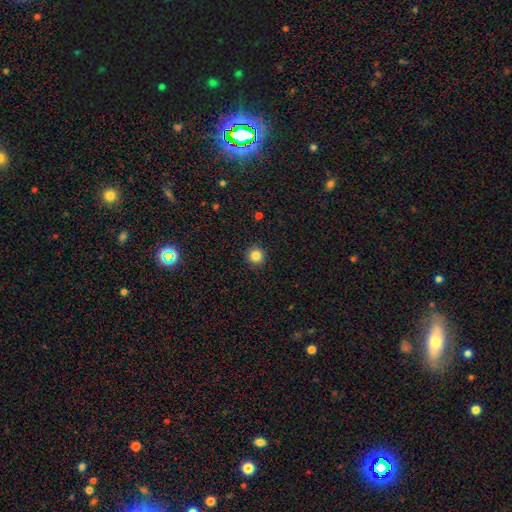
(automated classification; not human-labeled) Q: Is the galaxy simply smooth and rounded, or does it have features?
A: smooth — 85%.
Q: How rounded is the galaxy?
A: round — 94%.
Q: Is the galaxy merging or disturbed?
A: none — 92%.